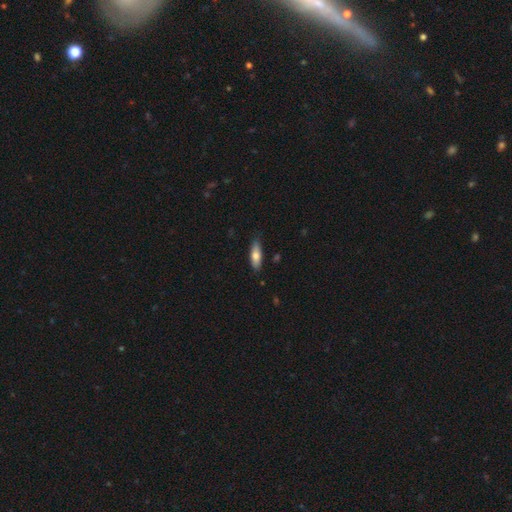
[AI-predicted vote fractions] This is likely a smooth galaxy (74%). How rounded: possibly in between (58%). Merging: clearly none (84%).